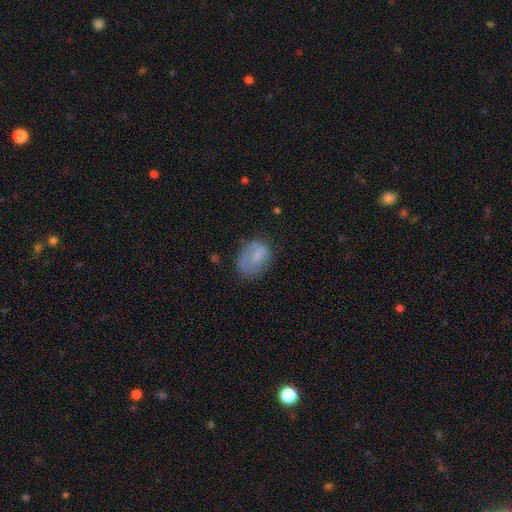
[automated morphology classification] Overall: smooth (62%; featured or disk 28%). How rounded: in between (62%; round 37%). Merging: none (53%; minor disturbance 28%).